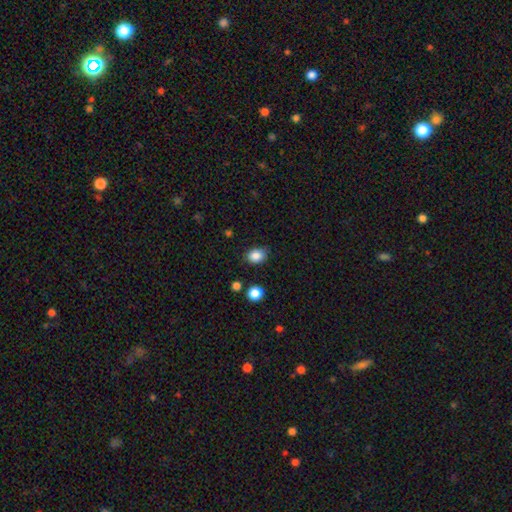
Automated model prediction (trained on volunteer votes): Smooth or featured? Predicted: smooth (p=0.86). How rounded? Predicted: in between (p=0.63). Merging? Predicted: none (p=0.79).